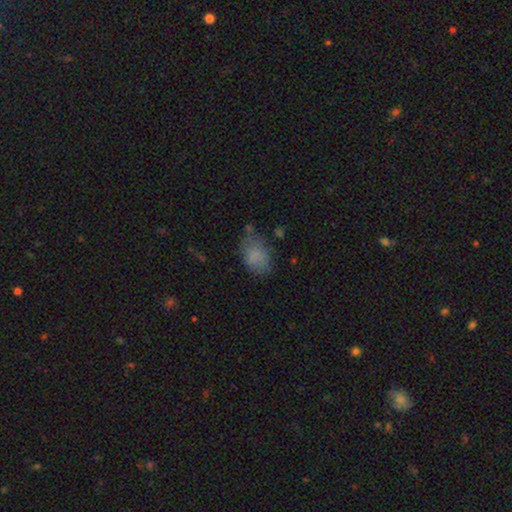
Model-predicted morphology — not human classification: Smooth or featured? smooth (80%)
How rounded? in between (81%)
Merging? none (54%)